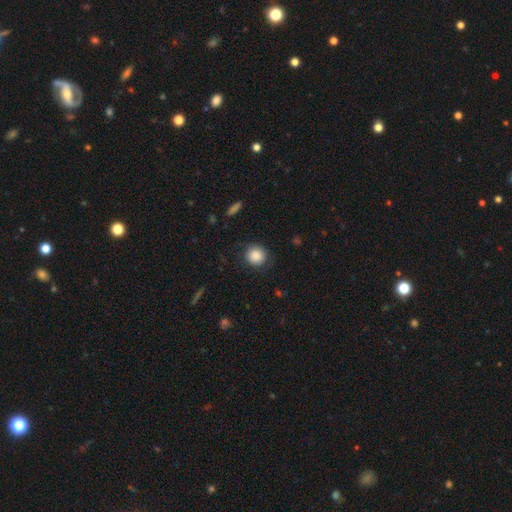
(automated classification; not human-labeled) A smooth galaxy with no disk features (86%) that is round (91%). Merging: none (83%).